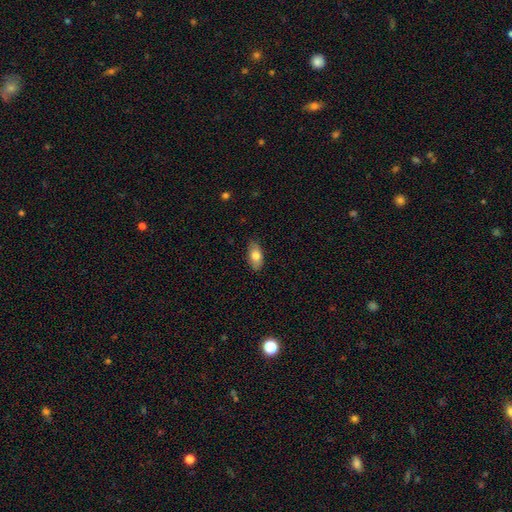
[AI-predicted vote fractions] smooth-or-featured: smooth: 78% | featured or disk: 15% | star or artifact: 6%
  how-rounded: in between: 91% | cigar-shaped: 6% | round: 4%
  merging: none: 84% | minor disturbance: 13% | major disturbance: 2% | merger: 1%